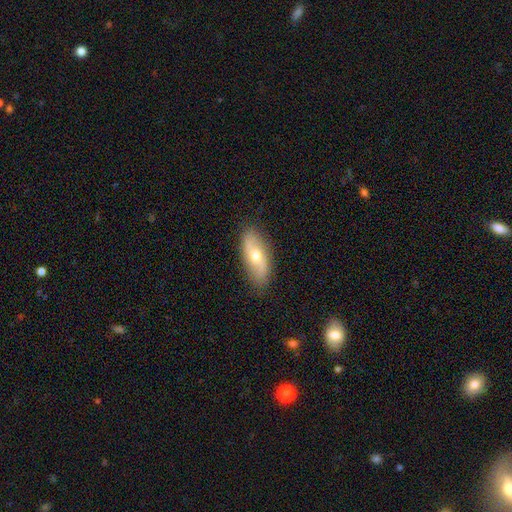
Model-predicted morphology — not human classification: Smooth or featured?
  - featured or disk: 50% *
  - smooth: 44%
  - star or artifact: 6%
Edge-on disk?
  - no: 81% *
  - yes: 19%
Merging?
  - none: 85% *
  - minor disturbance: 11%
  - major disturbance: 2%
  - merger: 1%